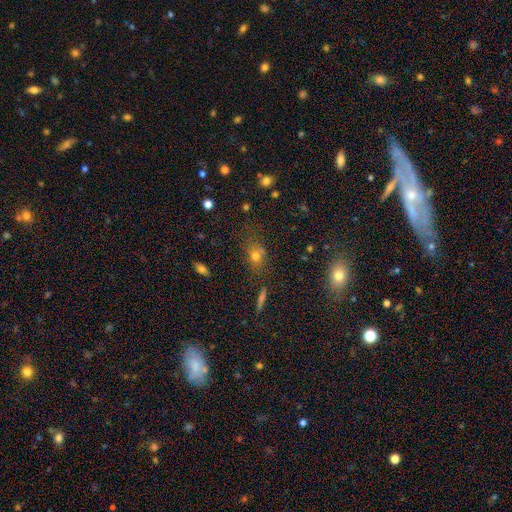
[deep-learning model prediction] smooth-or-featured: smooth: 66% | star or artifact: 21% | featured or disk: 13%
  how-rounded: in between: 51% | round: 45% | cigar-shaped: 4%
  merging: none: 63% | minor disturbance: 18% | merger: 10% | major disturbance: 8%